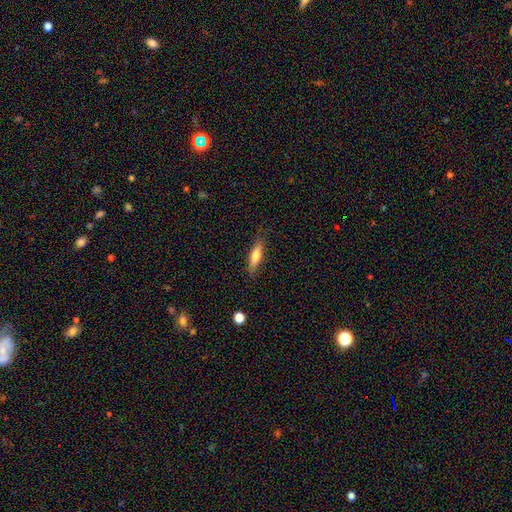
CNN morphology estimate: smooth 64%, featured or disk 29%, star or artifact 6%. Down the decision tree: how rounded — cigar-shaped (70%); merging — none (83%).